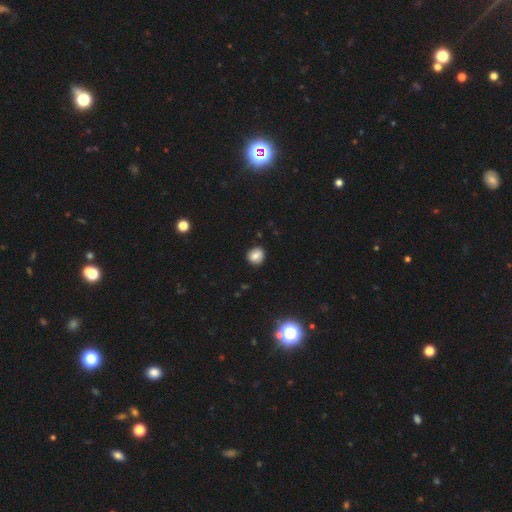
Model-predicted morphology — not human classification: Q: Smooth or featured?
A: smooth (81%); runner-up: star or artifact (11%)
Q: How rounded?
A: round (81%); runner-up: in between (18%)
Q: Merging?
A: none (87%); runner-up: minor disturbance (10%)